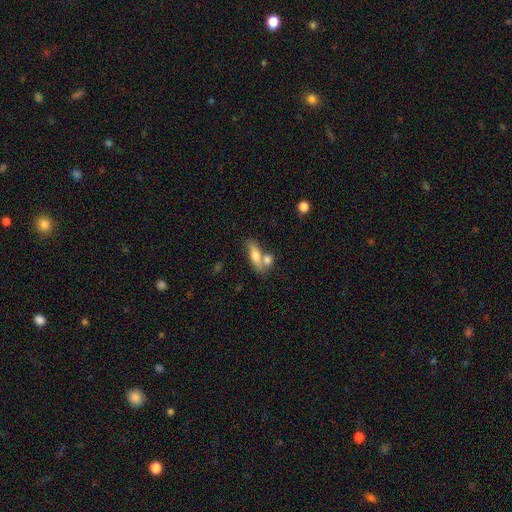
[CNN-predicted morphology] This appears to be a smooth galaxy with no disk features (64%) that is in between round and cigar-shaped (58%). Merging: none (45%).